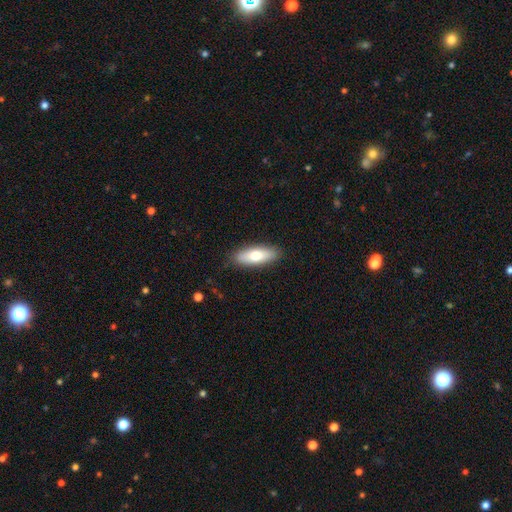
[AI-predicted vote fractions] Smooth or featured? Predicted: smooth (p=0.71). How rounded? Predicted: in between (p=0.67). Merging? Predicted: none (p=0.88).